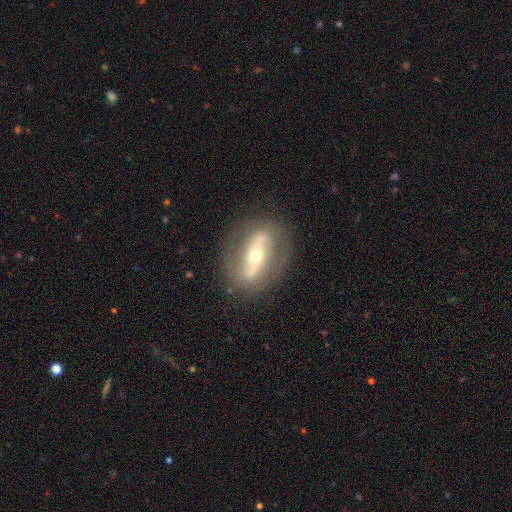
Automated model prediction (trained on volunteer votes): Q: Smooth or featured?
A: featured or disk (76%); runner-up: smooth (17%)
Q: Edge-on disk?
A: no (82%); runner-up: yes (18%)
Q: Bar?
A: strong (63%); runner-up: no (19%)
Q: Spiral arms?
A: yes (51%); runner-up: no (49%)
Q: Bulge size?
A: moderate (49%); runner-up: small (46%)
Q: Merging?
A: none (82%); runner-up: minor disturbance (11%)